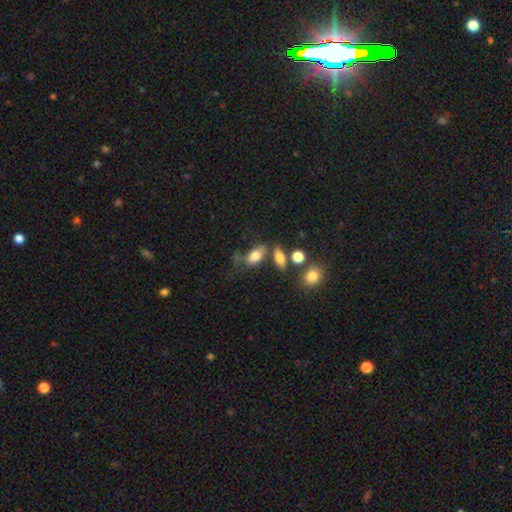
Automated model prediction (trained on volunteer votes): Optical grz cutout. It shows a smooth galaxy with no disk features (75%) that is in between round and cigar-shaped (85%). Merging: none (53%).